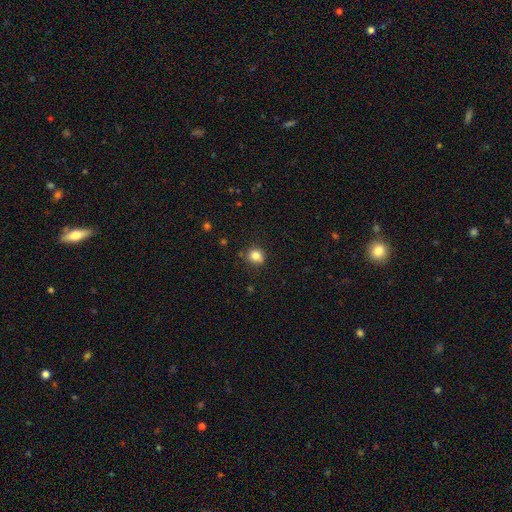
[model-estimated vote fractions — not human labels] smooth-or-featured: smooth: 83% | star or artifact: 11% | featured or disk: 5%
  how-rounded: round: 82% | in between: 17% | cigar-shaped: 1%
  merging: none: 79% | minor disturbance: 15% | major disturbance: 3% | merger: 3%